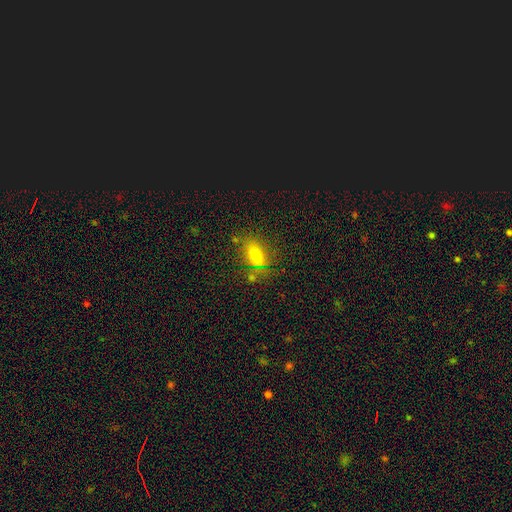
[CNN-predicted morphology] This is likely a smooth galaxy (69%). How rounded: likely in between (75%). Merging: likely none (70%).